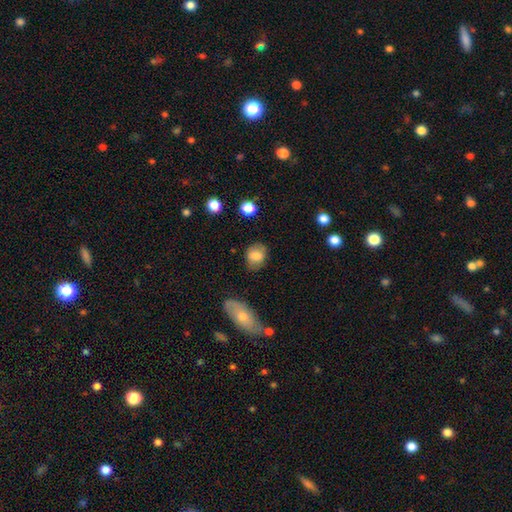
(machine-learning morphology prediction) This is clearly a smooth galaxy (80%). How rounded: possibly in between (59%). Merging: likely none (72%).